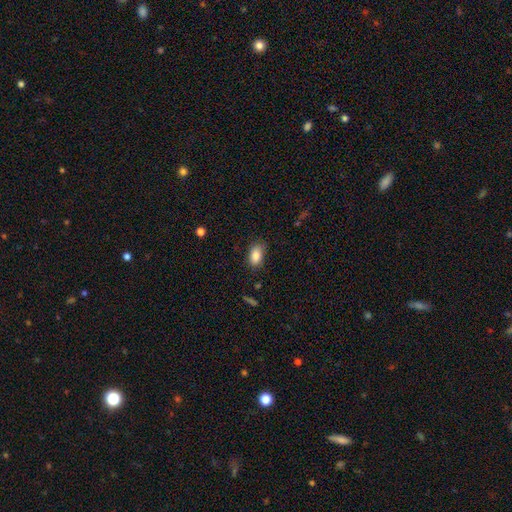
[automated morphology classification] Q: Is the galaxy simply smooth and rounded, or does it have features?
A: smooth — 87%.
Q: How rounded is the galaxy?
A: in between — 90%.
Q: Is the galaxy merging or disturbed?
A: none — 75%.